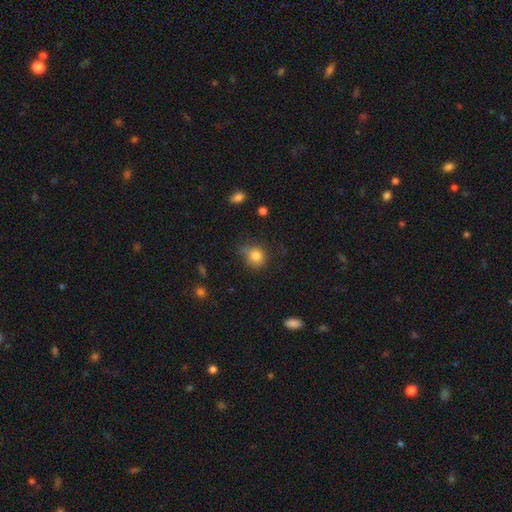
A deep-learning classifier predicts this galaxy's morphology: Smooth or featured: smooth — 81% (star or artifact — 11%)
How rounded: round — 73% (in between — 26%)
Merging: none — 55% (minor disturbance — 31%)